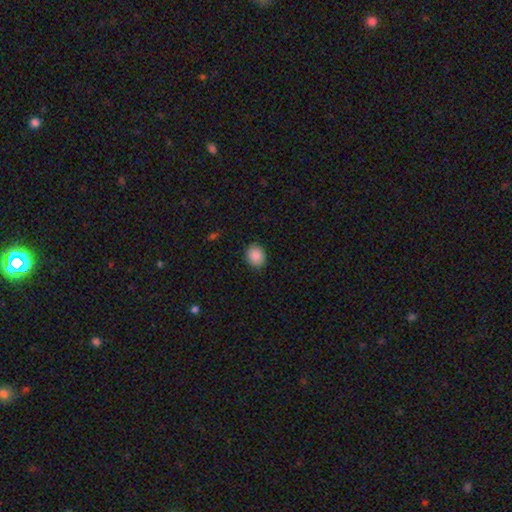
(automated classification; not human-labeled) smooth 89%, star or artifact 8%, featured or disk 3%. Down the decision tree: how rounded — round (64%); merging — none (90%).